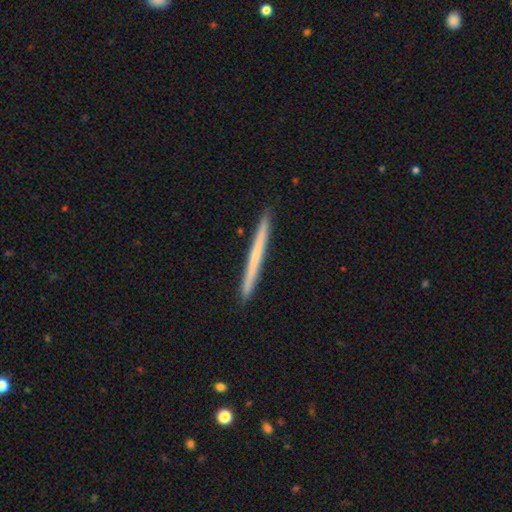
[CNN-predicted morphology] A featured or disk galaxy (48%).

Vote fractions:
- Smooth or featured? featured or disk: 48% / smooth: 47% / star or artifact: 5%
- Merging? none: 93% / minor disturbance: 5% / major disturbance: 1% / merger: 1%